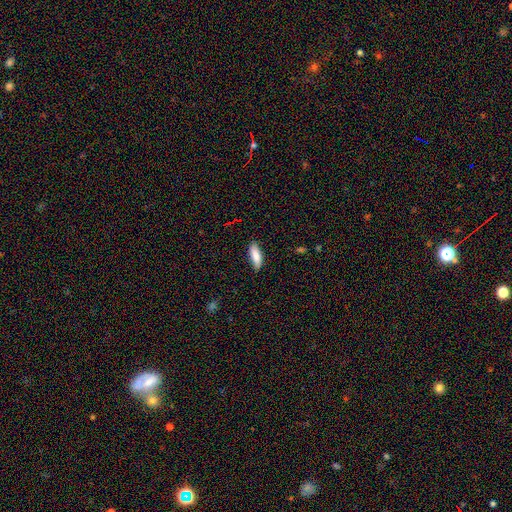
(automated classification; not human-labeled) smooth 84%, featured or disk 10%, star or artifact 6%. Down the decision tree: how rounded — in between (62%); merging — none (80%).